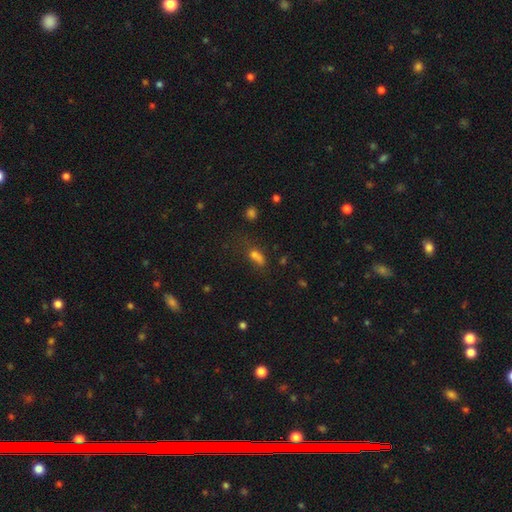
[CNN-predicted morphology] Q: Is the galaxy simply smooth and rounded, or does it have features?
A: smooth — 70%.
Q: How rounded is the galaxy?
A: in between — 65%.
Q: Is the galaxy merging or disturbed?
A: none — 40%.